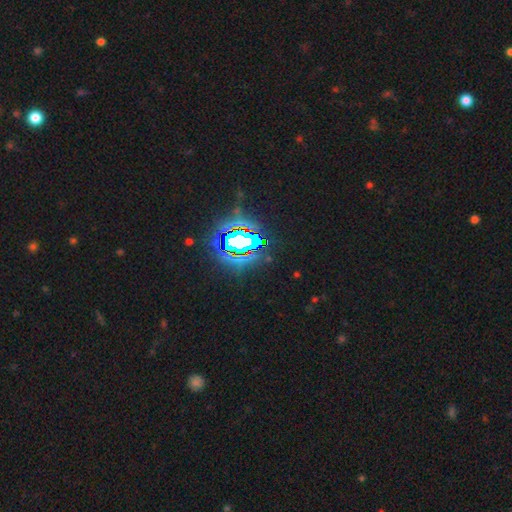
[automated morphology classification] Smooth or featured: star or artifact — 85% (smooth — 9%)